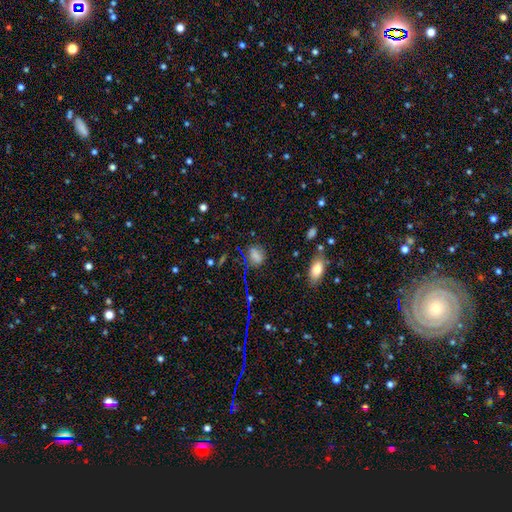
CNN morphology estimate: Smooth or featured: smooth — 68% (star or artifact — 22%)
How rounded: in between — 54% (round — 42%)
Merging: none — 71% (minor disturbance — 19%)